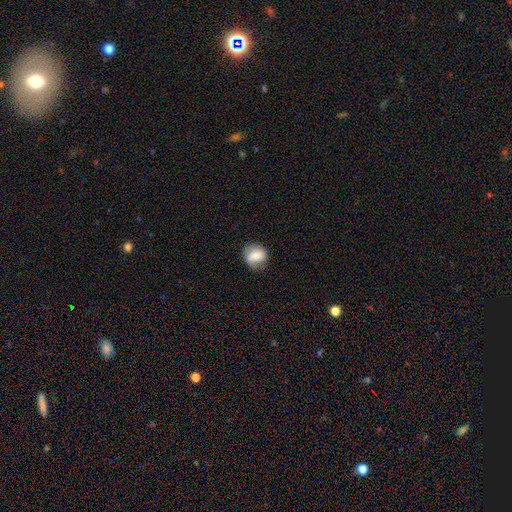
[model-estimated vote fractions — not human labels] Overall: smooth (63%; featured or disk 29%). How rounded: round (73%). Merging: none (72%).